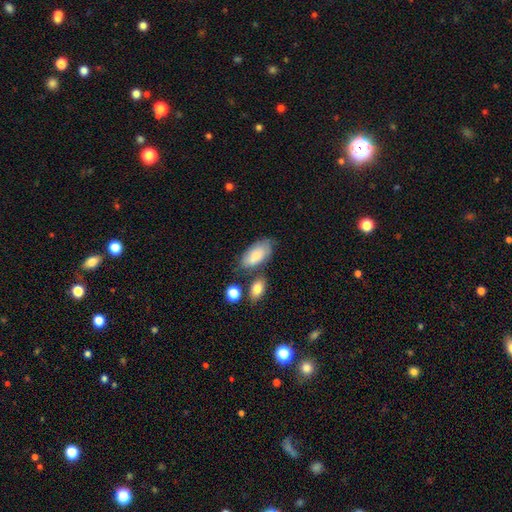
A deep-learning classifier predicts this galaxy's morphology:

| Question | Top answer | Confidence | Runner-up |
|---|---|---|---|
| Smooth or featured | smooth | 79% | featured or disk (15%) |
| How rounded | in between | 94% | cigar-shaped (4%) |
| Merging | none | 60% | minor disturbance (22%) |